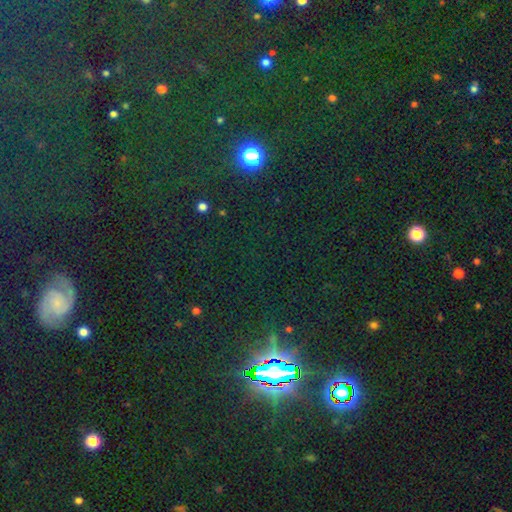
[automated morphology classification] Overall: star or artifact (77%).